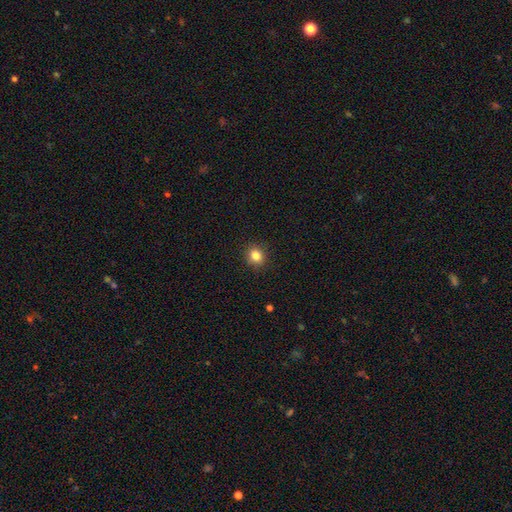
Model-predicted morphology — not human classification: A smooth galaxy with no disk features (84%) that is round (75%). Merging: none (90%).